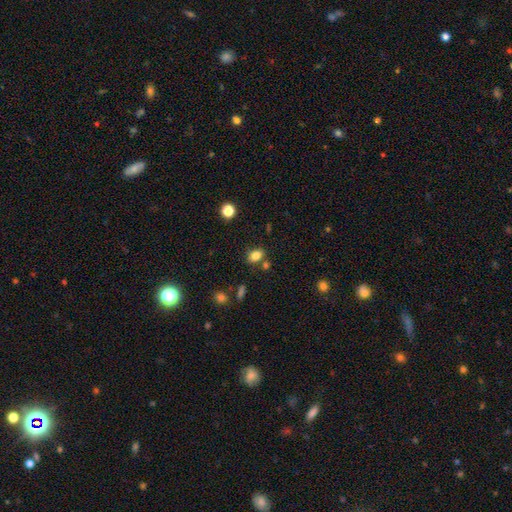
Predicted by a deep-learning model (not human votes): A smooth galaxy with no disk features (81%) that is in between round and cigar-shaped (76%).

Vote fractions:
- Smooth or featured? smooth: 81% / star or artifact: 11% / featured or disk: 7%
- How rounded? in between: 76% / round: 22% / cigar-shaped: 2%
- Merging? none: 74% / minor disturbance: 13% / merger: 10% / major disturbance: 3%